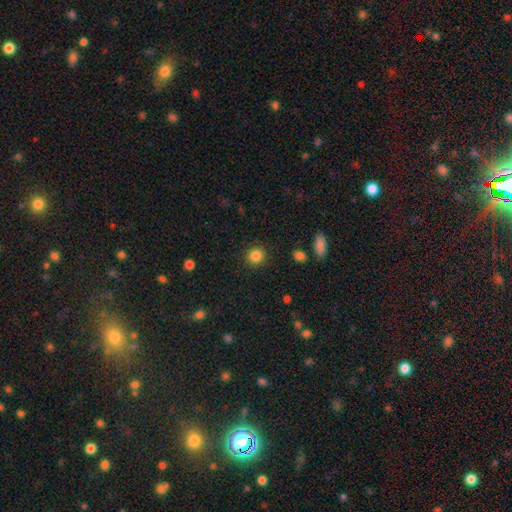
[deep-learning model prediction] smooth-or-featured: smooth: 85% | star or artifact: 11% | featured or disk: 4%
  how-rounded: round: 91% | in between: 8% | cigar-shaped: 1%
  merging: none: 90% | minor disturbance: 6% | major disturbance: 2% | merger: 1%